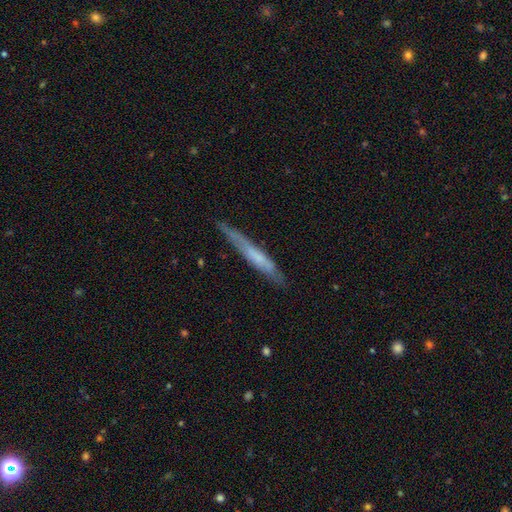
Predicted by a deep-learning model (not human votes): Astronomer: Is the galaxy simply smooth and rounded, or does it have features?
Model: featured or disk — 48% (runner-up: smooth, 45%).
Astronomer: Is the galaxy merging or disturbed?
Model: none — 79%.